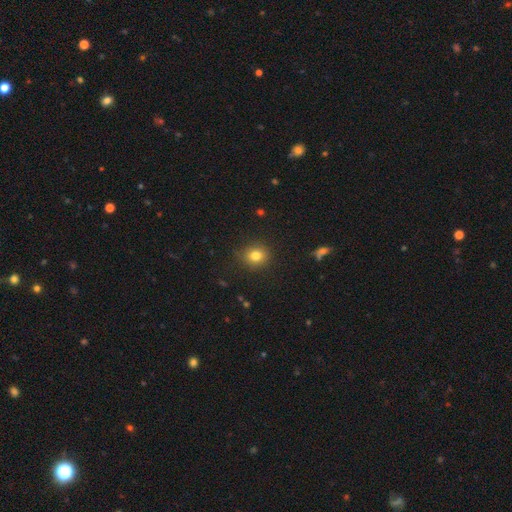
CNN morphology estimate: Smooth or featured? Predicted: smooth (p=0.80). How rounded? Predicted: round (p=0.81). Merging? Predicted: none (p=0.87).